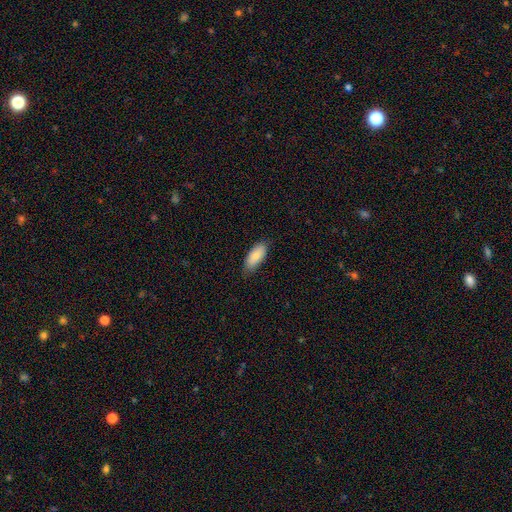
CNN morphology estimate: Q: Smooth or featured?
A: smooth (84%); runner-up: featured or disk (9%)
Q: How rounded?
A: in between (87%); runner-up: cigar-shaped (12%)
Q: Merging?
A: none (77%); runner-up: minor disturbance (19%)